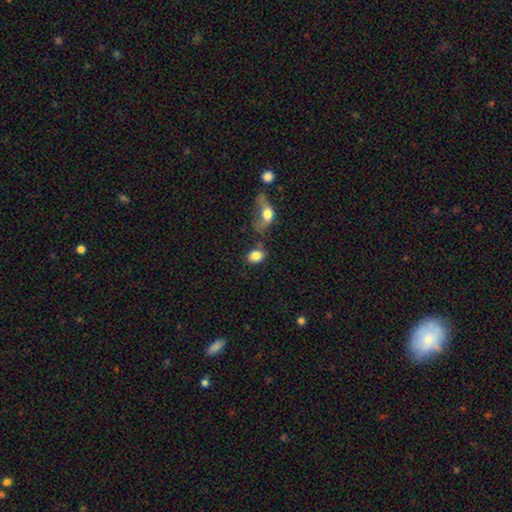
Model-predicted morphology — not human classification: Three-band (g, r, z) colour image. It shows a smooth galaxy with no disk features (83%) that is in between round and cigar-shaped (65%). Merging: none (55%).